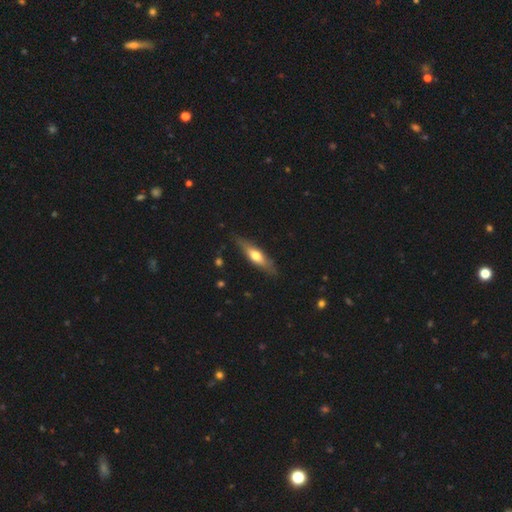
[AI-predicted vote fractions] Smooth or featured?
  - featured or disk: 49% *
  - smooth: 46%
  - star or artifact: 5%
Merging?
  - none: 83% *
  - minor disturbance: 13%
  - major disturbance: 3%
  - merger: 1%